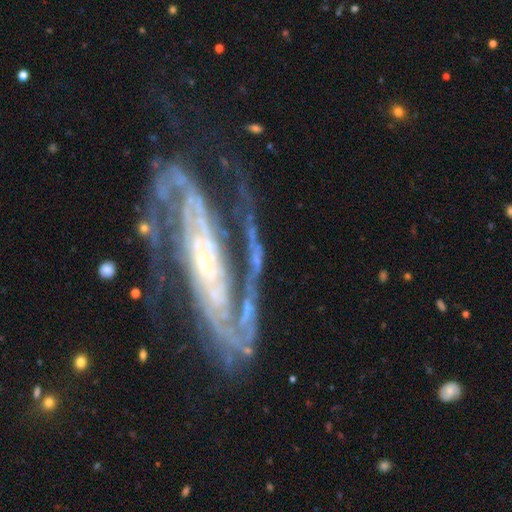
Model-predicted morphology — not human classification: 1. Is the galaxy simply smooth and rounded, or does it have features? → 84% featured or disk, 8% star or artifact, 8% smooth.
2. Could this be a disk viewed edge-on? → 85% no, 15% yes.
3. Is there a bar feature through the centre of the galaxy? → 46% no, 28% weak, 26% strong.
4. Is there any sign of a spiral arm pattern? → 91% yes, 9% no.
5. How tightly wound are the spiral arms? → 45% tight, 36% medium, 19% loose.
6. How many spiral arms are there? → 46% 2, 21% can't tell, 11% 3, 8% 1, 7% 4, 7% more than 4.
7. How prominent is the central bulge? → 59% small, 30% moderate, 4% large, 4% none, 2% dominant.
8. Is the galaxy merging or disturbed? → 52% none, 21% major disturbance, 19% minor disturbance, 8% merger.